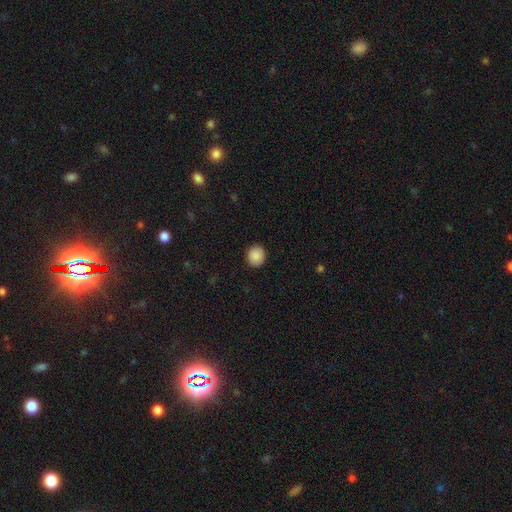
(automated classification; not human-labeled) Overall: smooth (89%). How rounded: round (88%). Merging: none (91%).